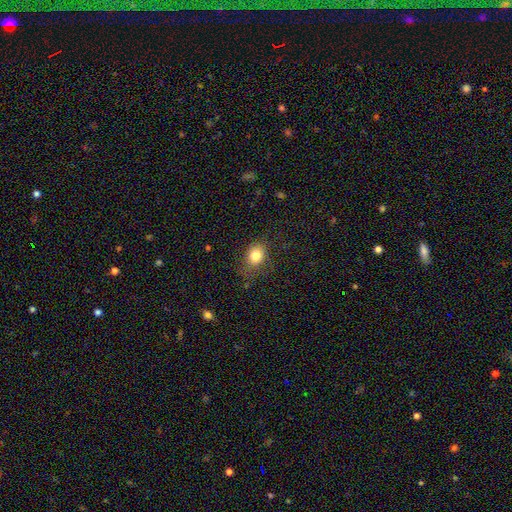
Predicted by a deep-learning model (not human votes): Q: Smooth or featured?
A: smooth (81%); runner-up: star or artifact (11%)
Q: How rounded?
A: round (50%); runner-up: in between (49%)
Q: Merging?
A: none (73%); runner-up: minor disturbance (19%)